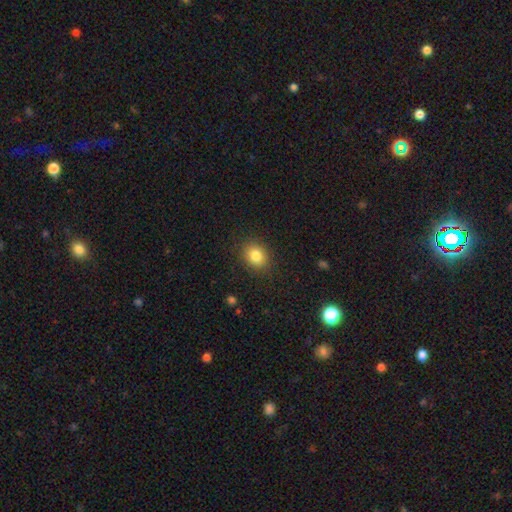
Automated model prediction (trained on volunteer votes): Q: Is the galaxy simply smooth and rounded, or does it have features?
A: smooth — 83%.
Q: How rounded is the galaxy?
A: round — 53%.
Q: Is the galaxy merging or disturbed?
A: none — 87%.